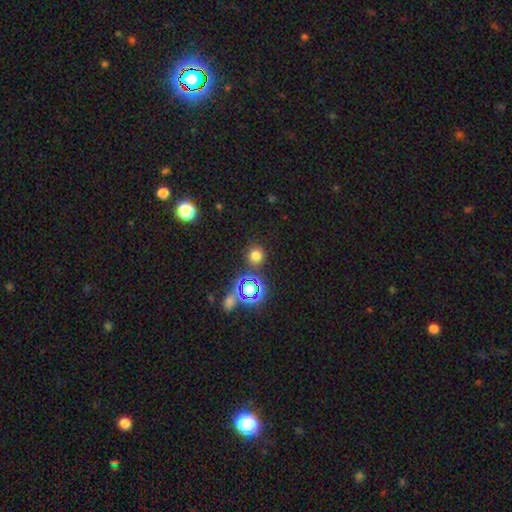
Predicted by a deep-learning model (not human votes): smooth-or-featured: smooth: 70% | star or artifact: 24% | featured or disk: 6%
  how-rounded: round: 90% | in between: 9% | cigar-shaped: 1%
  merging: none: 84% | minor disturbance: 8% | merger: 5% | major disturbance: 3%